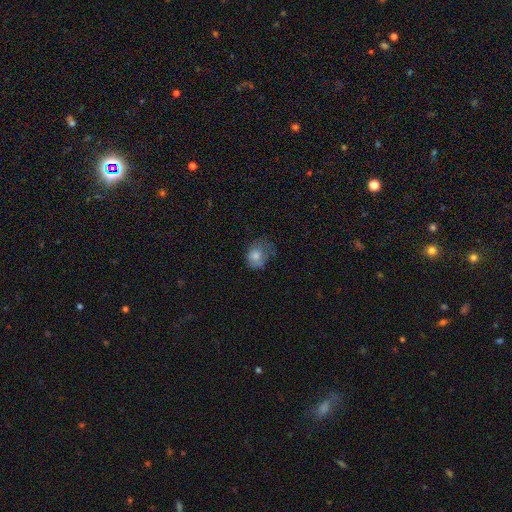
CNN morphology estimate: Smooth or featured: smooth — 69% (featured or disk — 20%)
How rounded: round — 52% (in between — 47%)
Merging: none — 41% (minor disturbance — 33%)